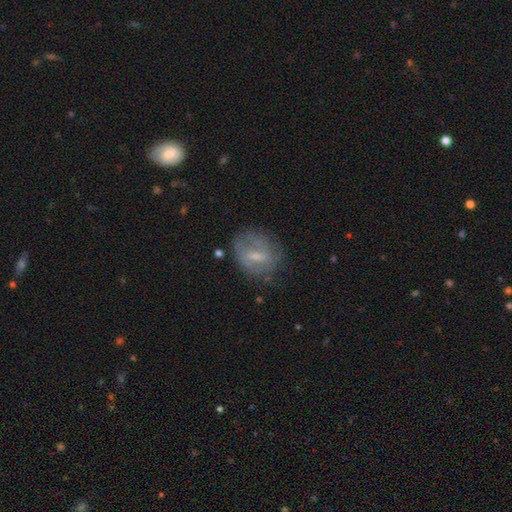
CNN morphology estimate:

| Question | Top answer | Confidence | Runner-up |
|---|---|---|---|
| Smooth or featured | featured or disk | 57% | smooth (35%) |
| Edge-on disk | no | 95% | yes (5%) |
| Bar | weak | 53% | no (24%) |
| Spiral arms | yes | 56% | no (44%) |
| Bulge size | small | 46% | moderate (34%) |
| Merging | none | 61% | minor disturbance (24%) |